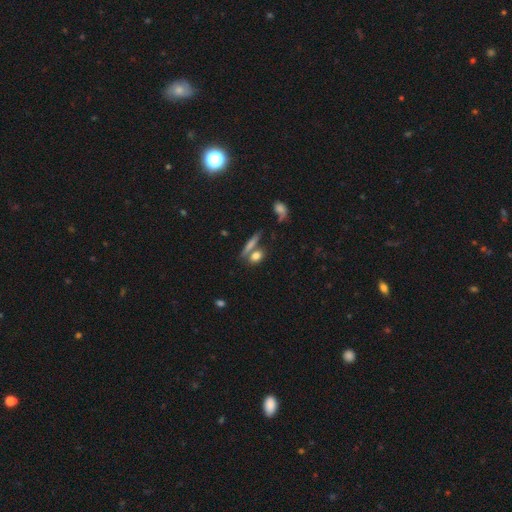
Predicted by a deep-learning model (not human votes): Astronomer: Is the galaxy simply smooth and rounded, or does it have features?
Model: smooth — 75%.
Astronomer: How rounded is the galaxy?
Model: in between — 57%.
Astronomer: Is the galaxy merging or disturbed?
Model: none — 52% (runner-up: merger, 30%).